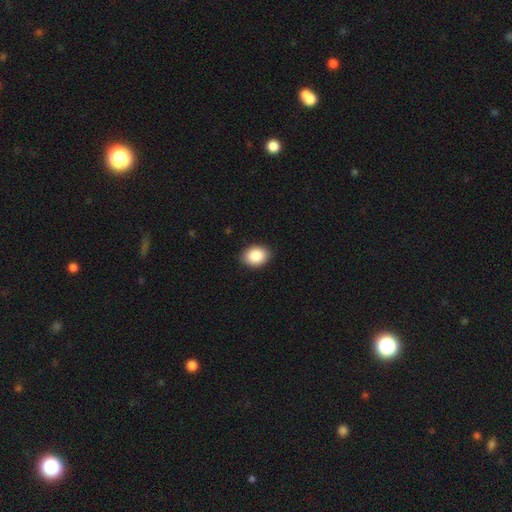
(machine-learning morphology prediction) Overall: smooth (89%). How rounded: in between (66%; round 33%). Merging: none (89%).